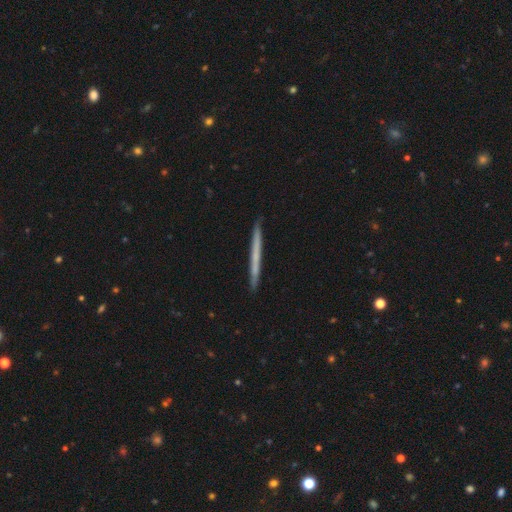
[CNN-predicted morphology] Overall: smooth (52%; featured or disk 42%). How rounded: cigar-shaped (97%). Merging: none (92%).